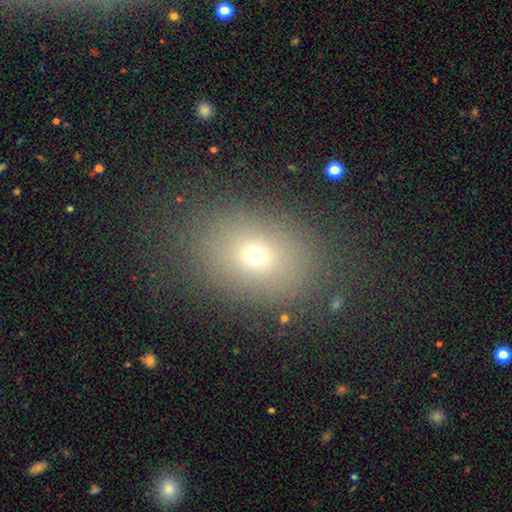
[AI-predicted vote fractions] Q: Smooth or featured?
A: smooth (66%); runner-up: star or artifact (19%)
Q: How rounded?
A: in between (62%); runner-up: round (37%)
Q: Merging?
A: none (81%); runner-up: minor disturbance (11%)